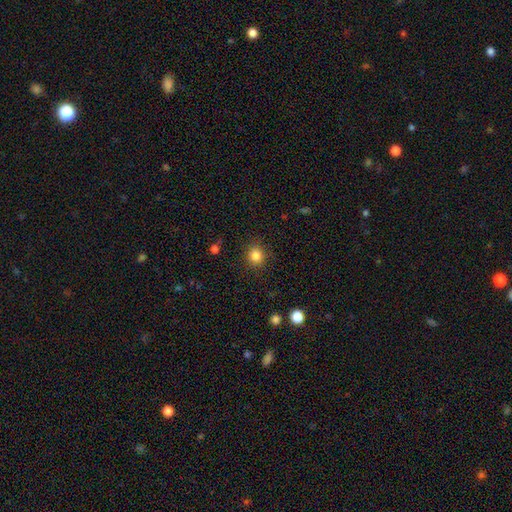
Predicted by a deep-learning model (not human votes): Morphology: type=smooth (84%); roundness=round (84%); merging=none (89%).